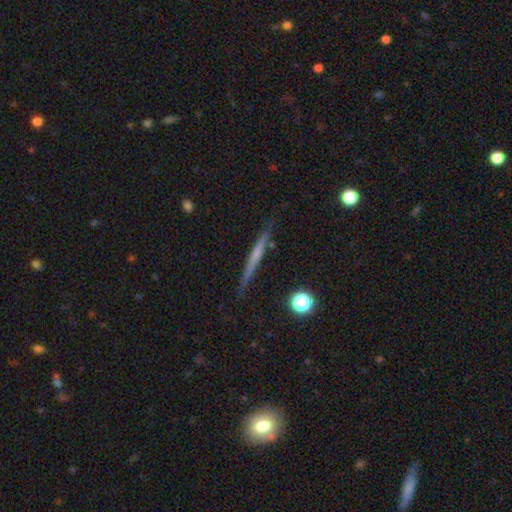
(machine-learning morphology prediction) Smooth or featured?
  - featured or disk: 55% *
  - smooth: 37%
  - star or artifact: 8%
Edge-on disk?
  - yes: 97% *
  - no: 3%
Edge-on bulge?
  - none: 73% *
  - rounded: 20%
  - boxy: 6%
Merging?
  - none: 87% *
  - minor disturbance: 9%
  - major disturbance: 2%
  - merger: 2%